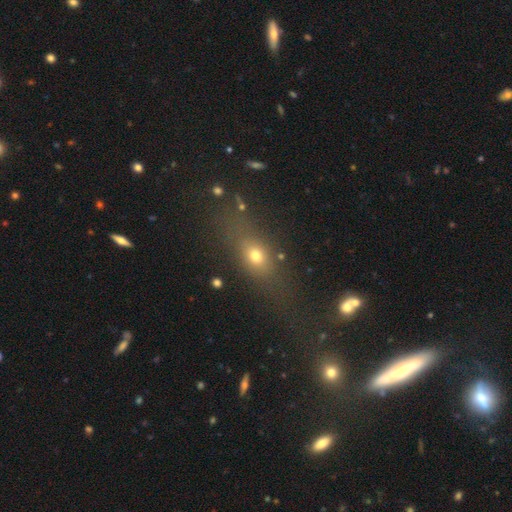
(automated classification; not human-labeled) smooth_or_featured: smooth (p=0.63) [alt: star or artifact p=0.19]
how_rounded: in between (p=0.54) [alt: round p=0.25]
merging: none (p=0.64) [alt: minor disturbance p=0.16]